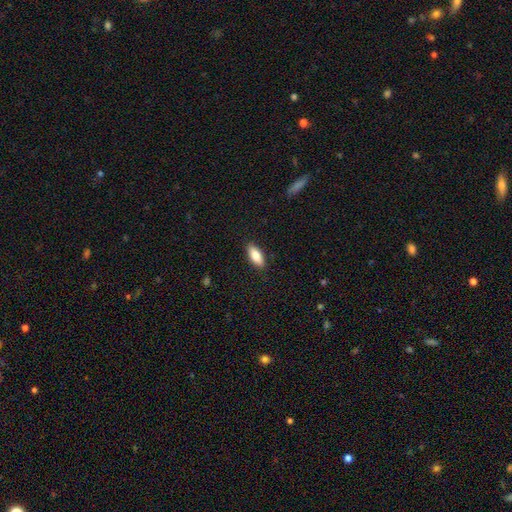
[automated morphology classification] Smooth or featured?
  - smooth: 81% *
  - featured or disk: 12%
  - star or artifact: 6%
How rounded?
  - in between: 80% *
  - cigar-shaped: 17%
  - round: 2%
Merging?
  - none: 88% *
  - minor disturbance: 9%
  - major disturbance: 2%
  - merger: 1%